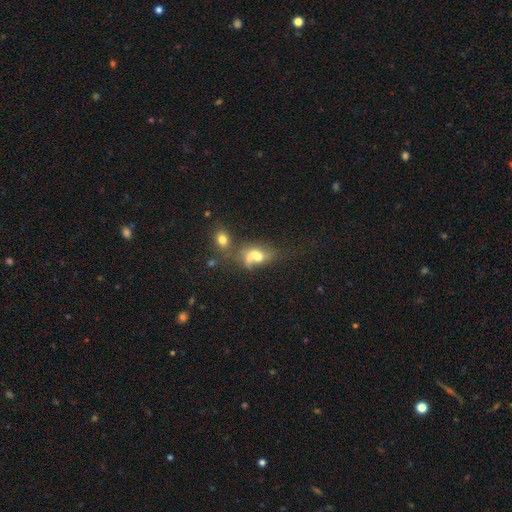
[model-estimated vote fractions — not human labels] Smooth or featured? smooth (56%)
How rounded? in between (69%)
Merging? merger (55%)